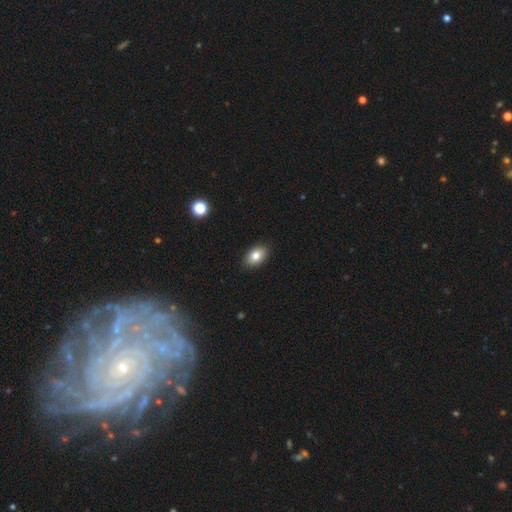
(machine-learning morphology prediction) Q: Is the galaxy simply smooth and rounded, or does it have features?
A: smooth — 82%.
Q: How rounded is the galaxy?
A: in between — 85%.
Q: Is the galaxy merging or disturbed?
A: none — 89%.